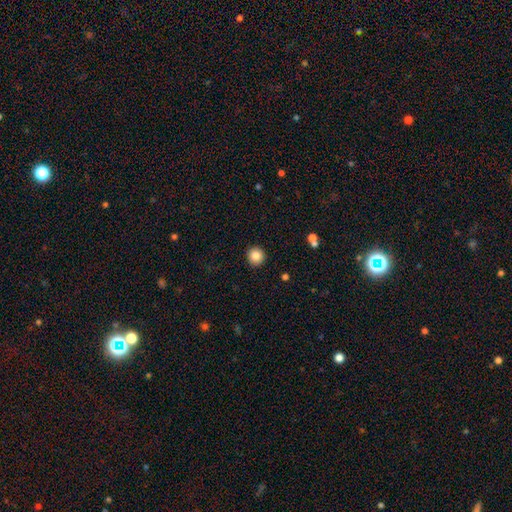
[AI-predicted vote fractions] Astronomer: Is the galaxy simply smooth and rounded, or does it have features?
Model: smooth — 85%.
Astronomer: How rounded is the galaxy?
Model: round — 94%.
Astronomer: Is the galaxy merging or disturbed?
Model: none — 93%.